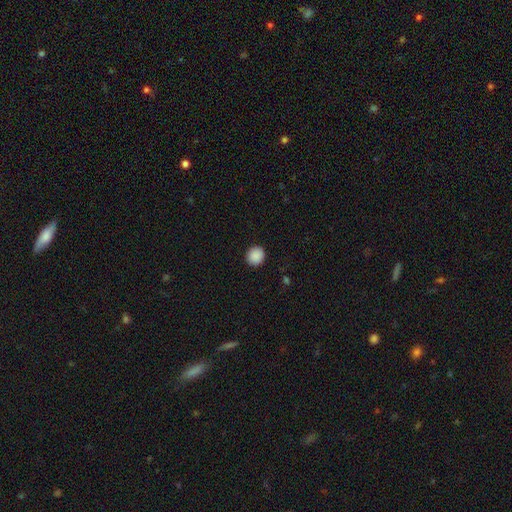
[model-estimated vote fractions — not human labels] A smooth galaxy with no disk features (90%) that is round (86%). Merging: none (91%).